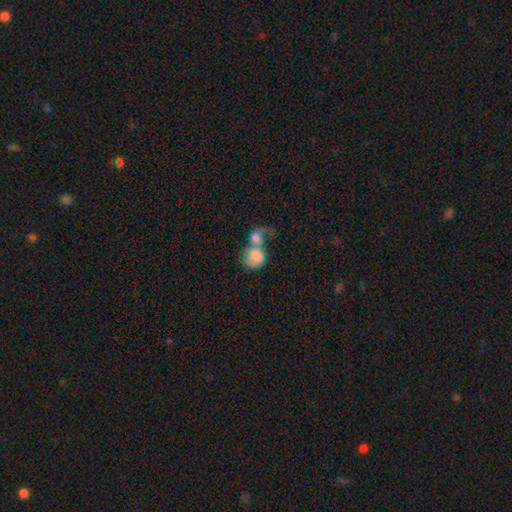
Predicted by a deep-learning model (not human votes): A smooth galaxy with no disk features (69%) that is round (69%). Merging: merger (71%).